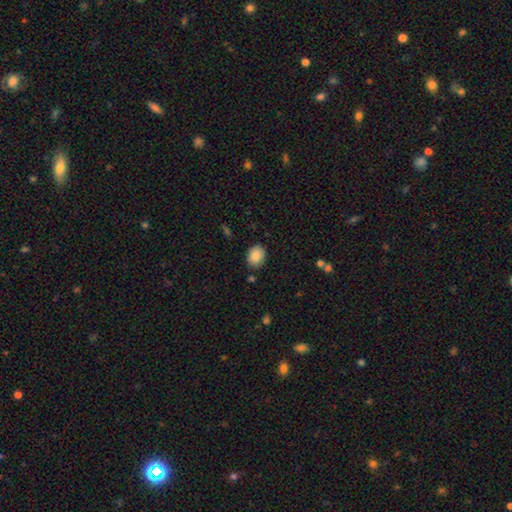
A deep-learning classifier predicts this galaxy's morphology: Smooth or featured? smooth (87%)
How rounded? in between (51%)
Merging? none (85%)